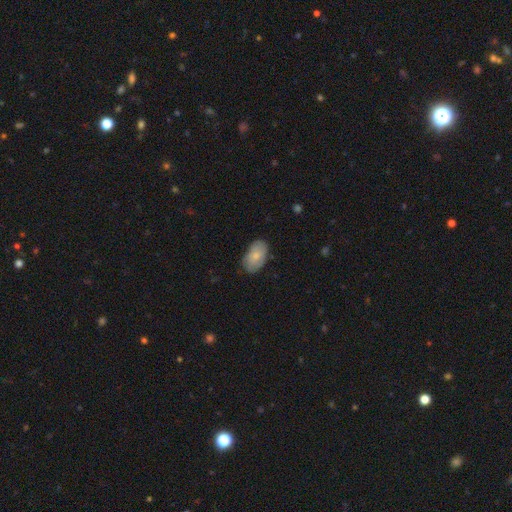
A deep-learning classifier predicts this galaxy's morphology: This appears to be a smooth galaxy with no disk features (75%) that is in between round and cigar-shaped (93%). Merging: none (75%).